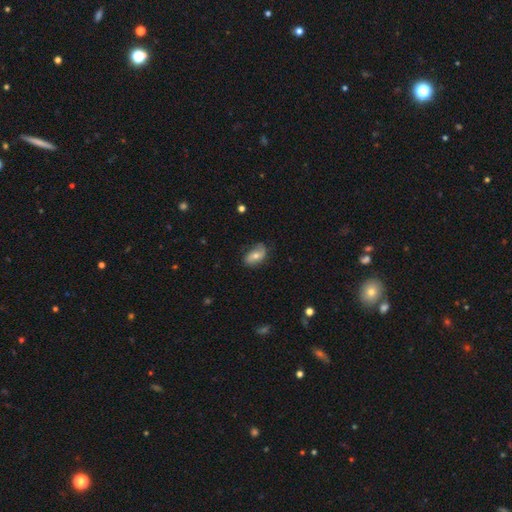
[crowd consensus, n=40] Smooth or featured? smooth (52%)
How rounded? in between (95%)
Merging? none (47%, tied with minor disturbance)